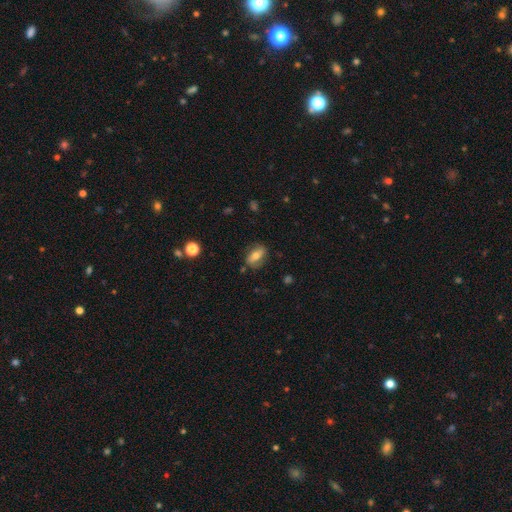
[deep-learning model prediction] Smooth or featured: smooth — 58% (featured or disk — 33%)
How rounded: in between — 76% (cigar-shaped — 13%)
Merging: none — 78% (minor disturbance — 16%)